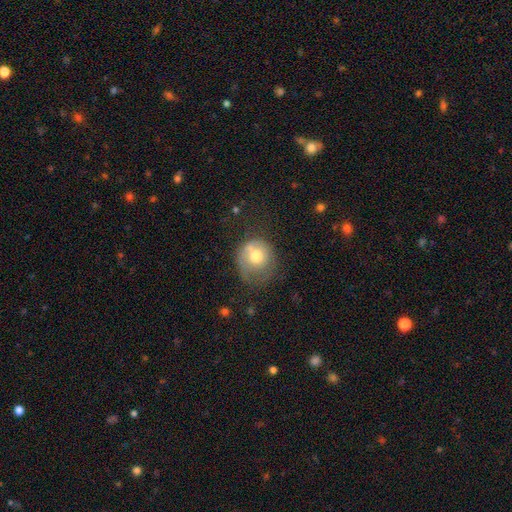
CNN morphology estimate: Smooth or featured? Predicted: smooth (p=0.65). How rounded? Predicted: round (p=0.78). Merging? Predicted: none (p=0.40).